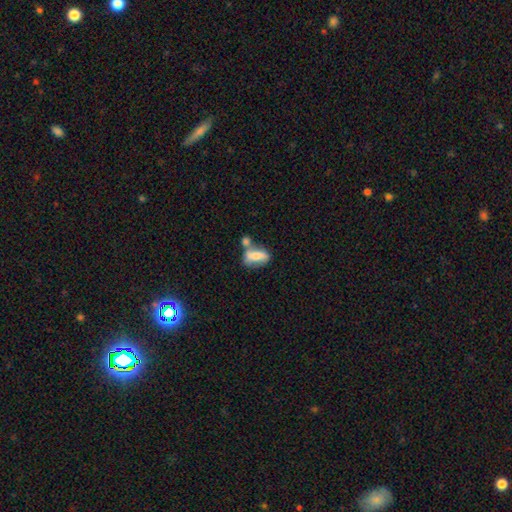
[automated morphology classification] type=smooth (64%); roundness=in between (78%); merging=merger (44%).